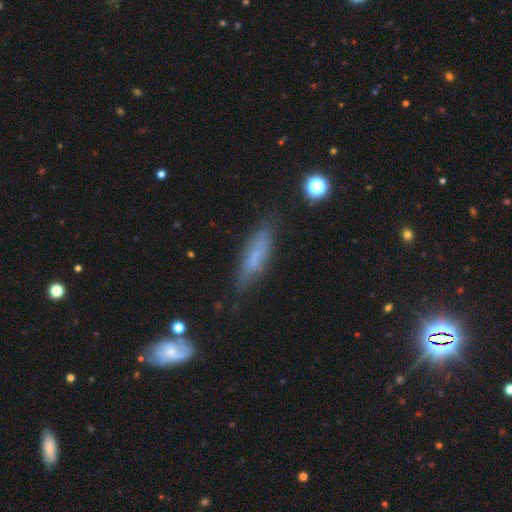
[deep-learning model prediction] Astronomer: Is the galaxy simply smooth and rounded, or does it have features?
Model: smooth — 52% (runner-up: featured or disk, 38%).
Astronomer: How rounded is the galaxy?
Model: cigar-shaped — 68%.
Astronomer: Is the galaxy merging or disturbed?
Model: none — 68%.